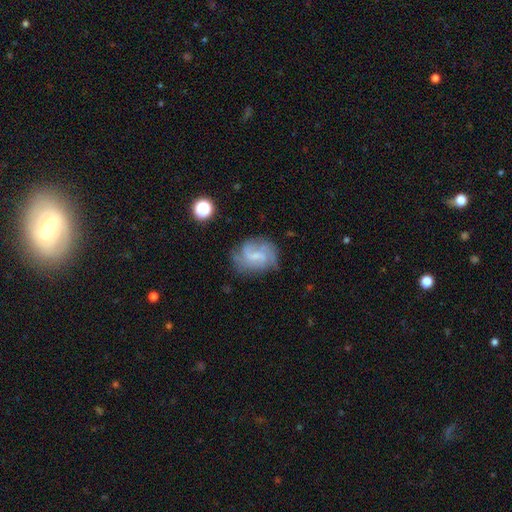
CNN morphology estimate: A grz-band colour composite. It shows a featured or disk galaxy (62%) with a weak bar (51%), spiral arms (81%) and a small central bulge (46%). Merging: none (60%).